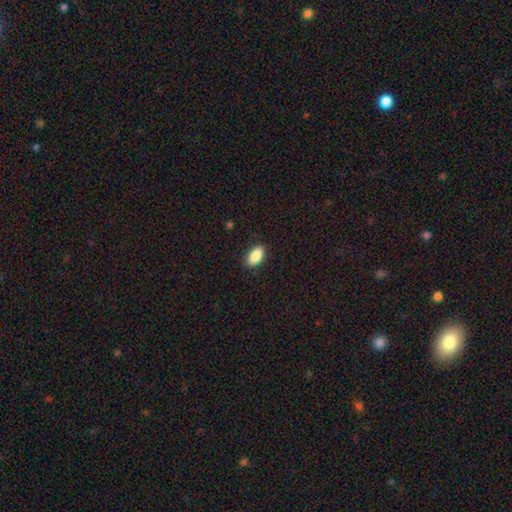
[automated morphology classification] A smooth galaxy with no disk features (89%) that is in between round and cigar-shaped (92%). Merging: none (86%).